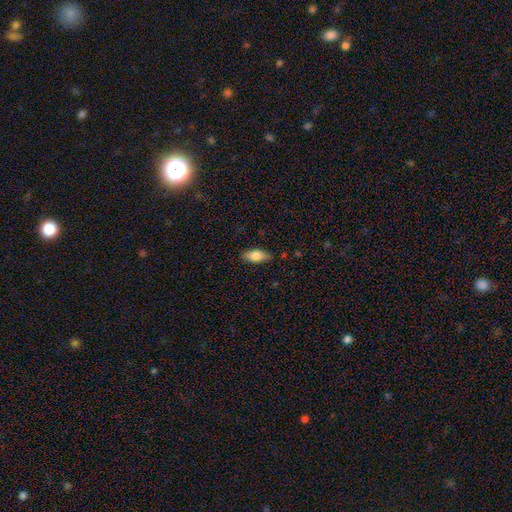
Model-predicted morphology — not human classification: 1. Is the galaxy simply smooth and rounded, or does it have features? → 78% smooth, 16% featured or disk, 7% star or artifact.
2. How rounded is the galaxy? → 84% in between, 13% cigar-shaped, 3% round.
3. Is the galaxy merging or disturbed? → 84% none, 12% minor disturbance, 2% major disturbance, 1% merger.